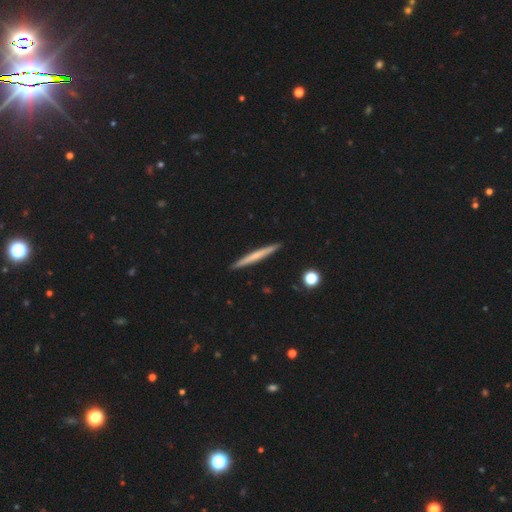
Smooth or featured? smooth (49%, tied with featured or disk)
How rounded? cigar-shaped (100%)
Merging? none (100%)